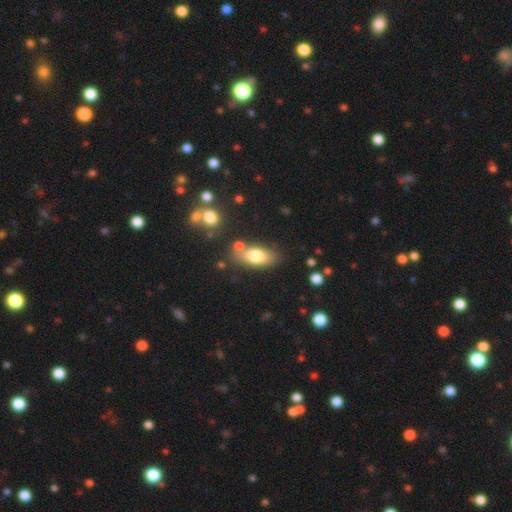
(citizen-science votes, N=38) Smooth or featured? 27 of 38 (71%) said smooth. How rounded? 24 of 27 (89%) said in between. Merging? 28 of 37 (76%) said none.